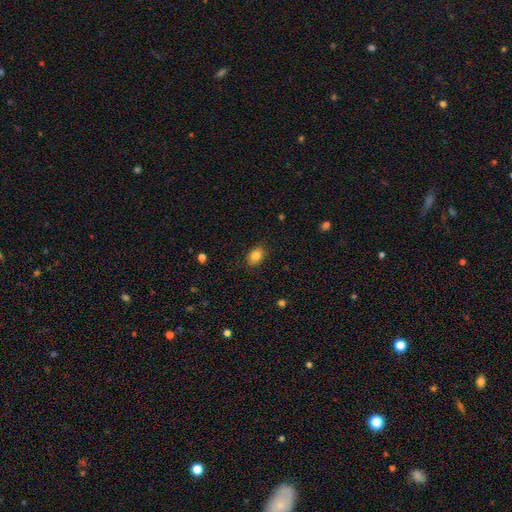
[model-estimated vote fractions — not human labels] smooth-or-featured: smooth: 84% | star or artifact: 9% | featured or disk: 7%
  how-rounded: in between: 72% | round: 27% | cigar-shaped: 1%
  merging: none: 85% | minor disturbance: 11% | major disturbance: 3% | merger: 1%